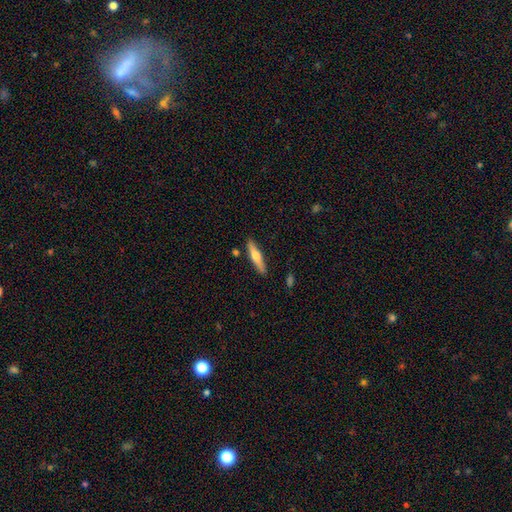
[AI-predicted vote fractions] A smooth galaxy with no disk features (51%) that is cigar-shaped (82%). Merging: none (86%).